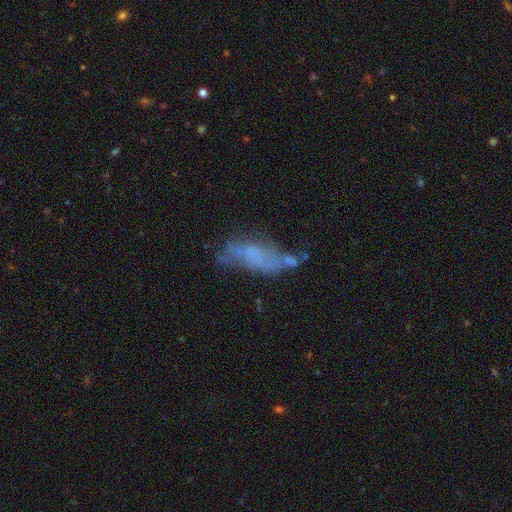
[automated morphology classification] Smooth or featured? Predicted: featured or disk (p=0.47). Merging? Predicted: none (p=0.36).